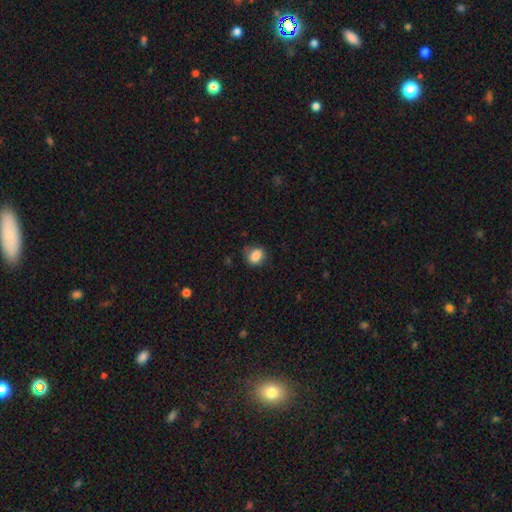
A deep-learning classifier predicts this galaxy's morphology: The model was most divided on "how rounded": round: 55%, in between: 44%, cigar-shaped: 1%. More confident: smooth or featured — smooth (85%); merging — none (73%).